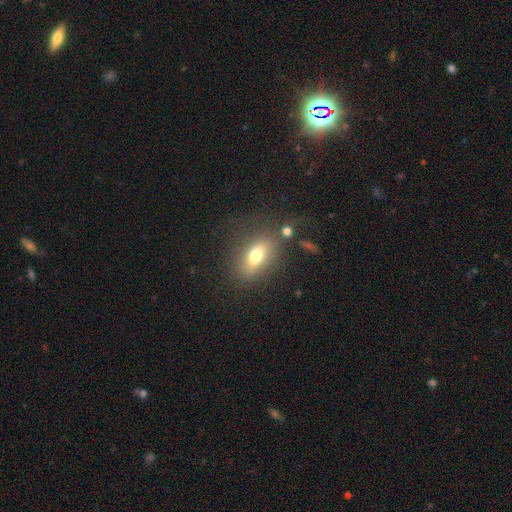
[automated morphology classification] smooth-or-featured: smooth: 71% | featured or disk: 18% | star or artifact: 11%
  how-rounded: in between: 80% | round: 14% | cigar-shaped: 7%
  merging: none: 71% | minor disturbance: 14% | major disturbance: 8% | merger: 6%